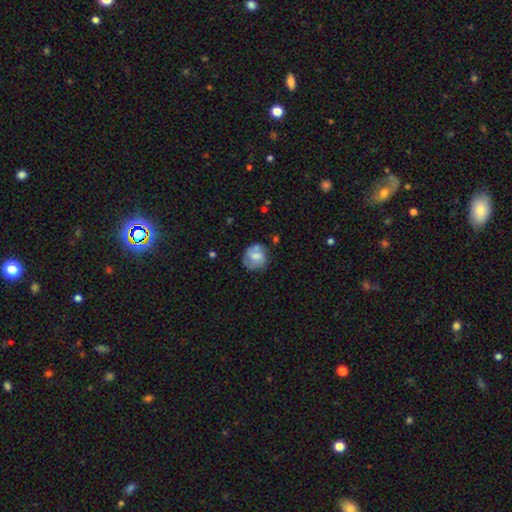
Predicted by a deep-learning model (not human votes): This is possibly a smooth galaxy (56%). How rounded: clearly round (83%). Merging: likely none (62%).